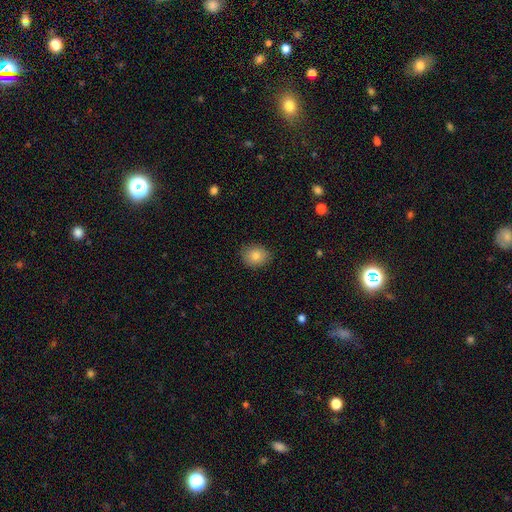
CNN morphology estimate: Smooth or featured? Predicted: smooth (p=0.82). How rounded? Predicted: round (p=0.58). Merging? Predicted: none (p=0.87).